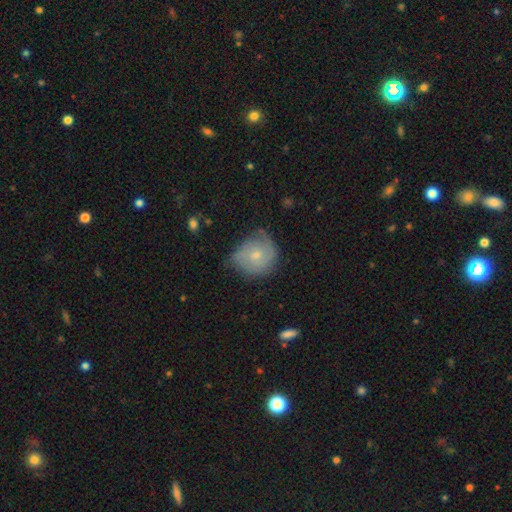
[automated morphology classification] smooth_or_featured: smooth (p=0.49) [alt: featured or disk p=0.44]
merging: none (p=0.51) [alt: minor disturbance p=0.36]